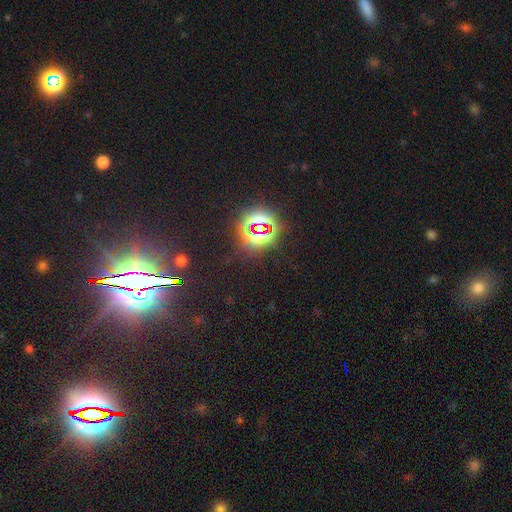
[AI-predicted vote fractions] Smooth or featured? star or artifact (83%)